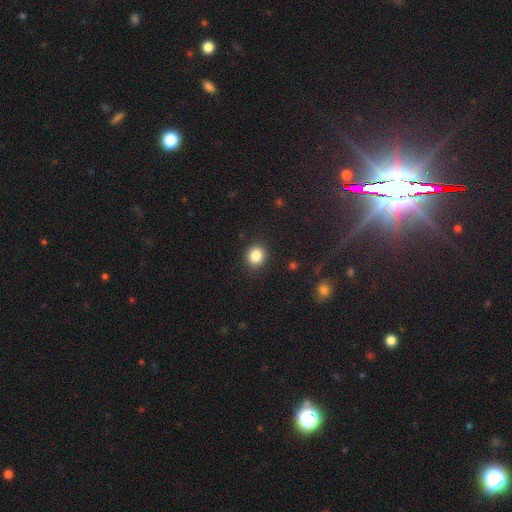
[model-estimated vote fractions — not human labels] Smooth or featured? smooth (85%)
How rounded? round (74%)
Merging? none (90%)